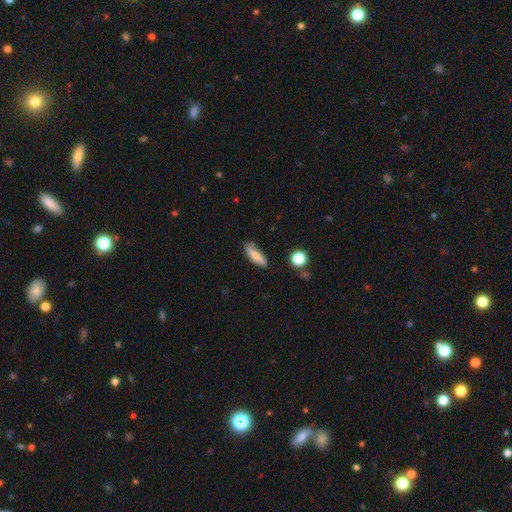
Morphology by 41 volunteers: This is likely a smooth galaxy (78%). How rounded: possibly in between (53%). Merging: clearly none (82%).